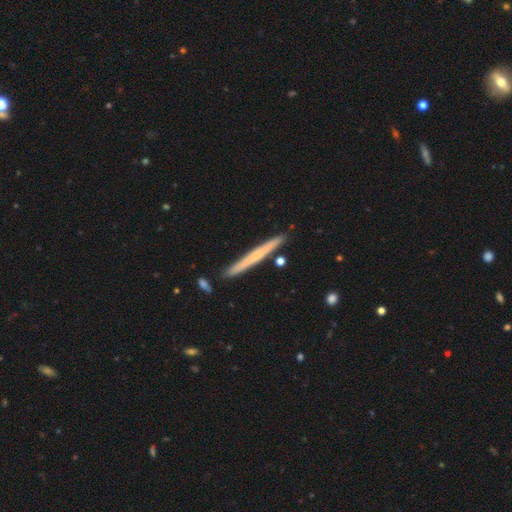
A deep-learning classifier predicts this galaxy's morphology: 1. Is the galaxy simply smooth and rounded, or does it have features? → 52% smooth, 42% featured or disk, 6% star or artifact.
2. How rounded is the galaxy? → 97% cigar-shaped, 2% in between, 1% round.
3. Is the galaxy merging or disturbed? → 88% none, 7% minor disturbance, 3% merger, 1% major disturbance.